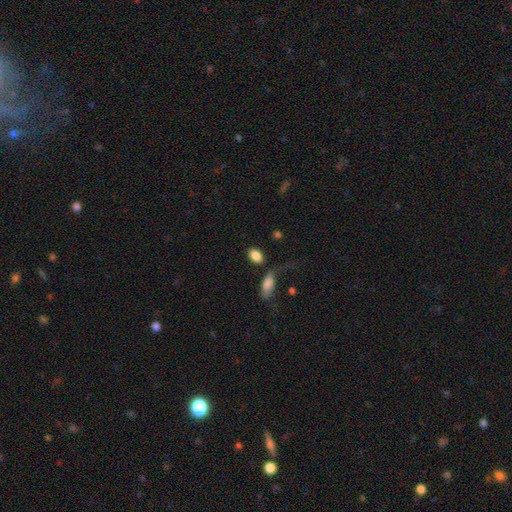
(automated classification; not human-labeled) Smooth or featured?
  - smooth: 86% *
  - star or artifact: 7%
  - featured or disk: 7%
How rounded?
  - in between: 87% *
  - round: 11%
  - cigar-shaped: 2%
Merging?
  - none: 69% *
  - minor disturbance: 14%
  - merger: 10%
  - major disturbance: 8%